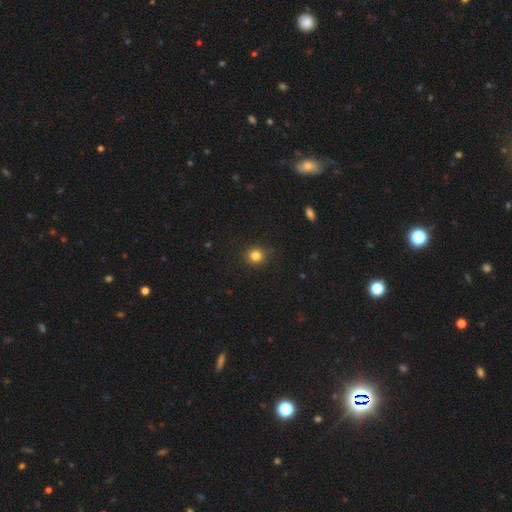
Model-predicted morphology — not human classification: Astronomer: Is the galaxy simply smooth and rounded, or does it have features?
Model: smooth — 83%.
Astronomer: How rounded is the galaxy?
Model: round — 92%.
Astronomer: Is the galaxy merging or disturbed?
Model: none — 90%.